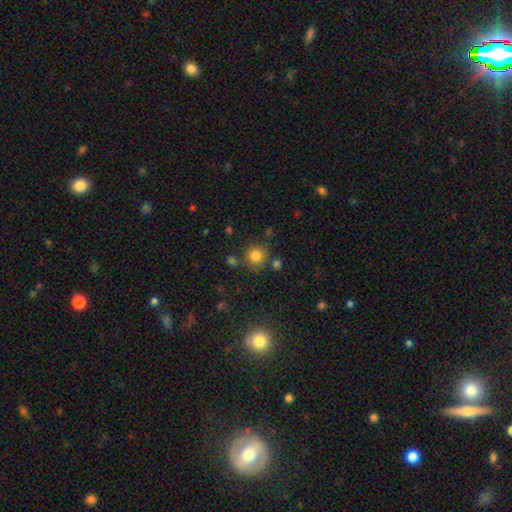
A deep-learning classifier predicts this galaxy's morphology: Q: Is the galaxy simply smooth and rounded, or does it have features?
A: smooth — 80%.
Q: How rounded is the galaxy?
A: round — 91%.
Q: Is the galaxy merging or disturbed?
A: none — 78%.